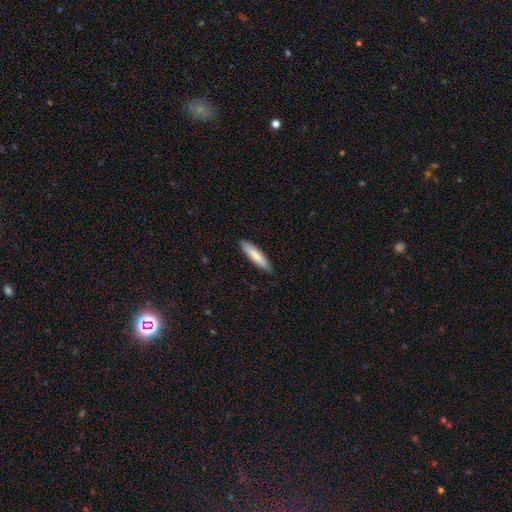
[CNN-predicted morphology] smooth_or_featured: smooth (p=0.81) [alt: featured or disk p=0.14]
how_rounded: cigar-shaped (p=0.79) [alt: in between p=0.19]
merging: none (p=0.87) [alt: minor disturbance p=0.10]